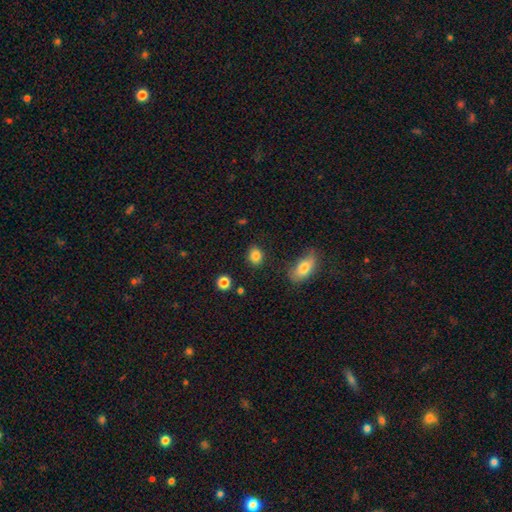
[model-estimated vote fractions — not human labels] A smooth galaxy with no disk features (85%) that is round (50%).

Vote fractions:
- Smooth or featured? smooth: 85% / star or artifact: 10% / featured or disk: 5%
- How rounded? round: 50% / in between: 48% / cigar-shaped: 1%
- Merging? none: 85% / minor disturbance: 10% / major disturbance: 3% / merger: 2%